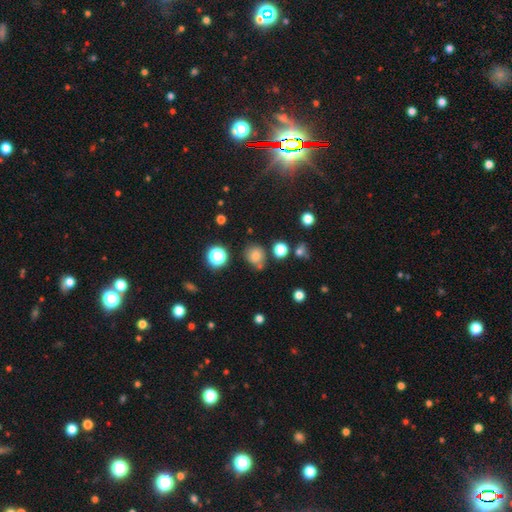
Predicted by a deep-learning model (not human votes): Q: Smooth or featured?
A: smooth (74%); runner-up: star or artifact (18%)
Q: How rounded?
A: round (78%); runner-up: in between (21%)
Q: Merging?
A: none (66%); runner-up: minor disturbance (18%)